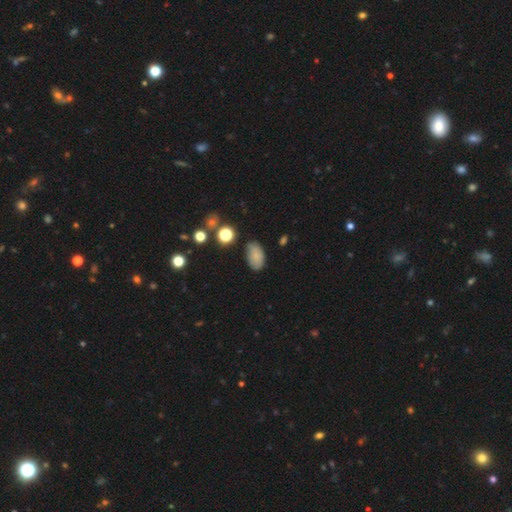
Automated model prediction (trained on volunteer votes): smooth-or-featured: smooth: 79% | star or artifact: 11% | featured or disk: 9%
  how-rounded: in between: 91% | round: 7% | cigar-shaped: 2%
  merging: none: 72% | minor disturbance: 20% | major disturbance: 5% | merger: 3%